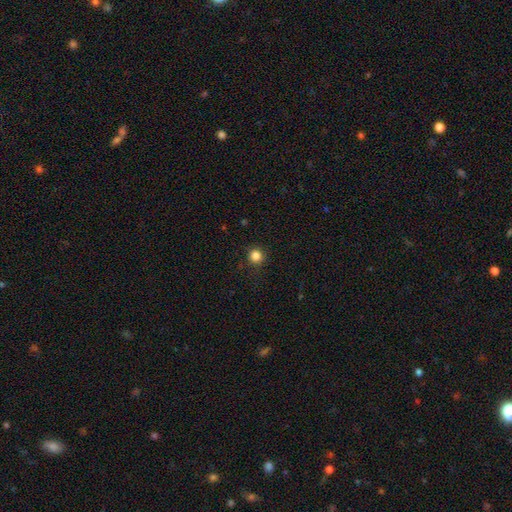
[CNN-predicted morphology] Smooth or featured? Predicted: smooth (p=0.84). How rounded? Predicted: round (p=0.95). Merging? Predicted: none (p=0.90).